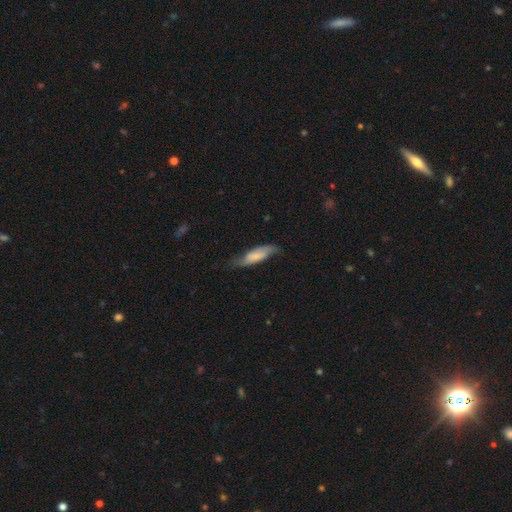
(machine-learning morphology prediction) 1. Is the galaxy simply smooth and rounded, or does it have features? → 60% smooth, 34% featured or disk, 6% star or artifact.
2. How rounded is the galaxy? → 53% cigar-shaped, 45% in between, 2% round.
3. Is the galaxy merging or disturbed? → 61% none, 29% minor disturbance, 8% major disturbance, 2% merger.